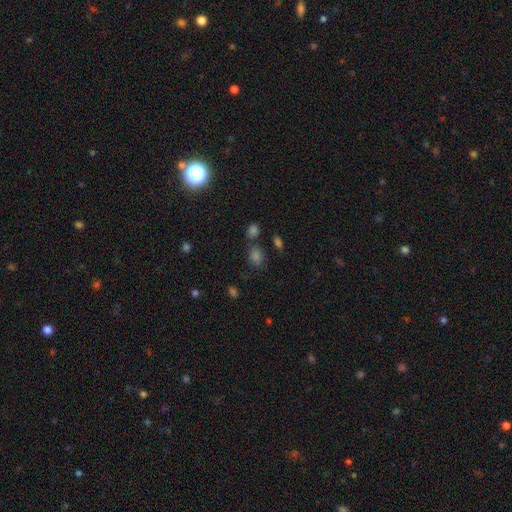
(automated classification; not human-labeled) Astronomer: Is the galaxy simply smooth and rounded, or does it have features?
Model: smooth — 54% (runner-up: star or artifact, 38%).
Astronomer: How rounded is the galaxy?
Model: round — 54% (runner-up: in between, 44%).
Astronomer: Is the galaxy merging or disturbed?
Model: none — 70%.